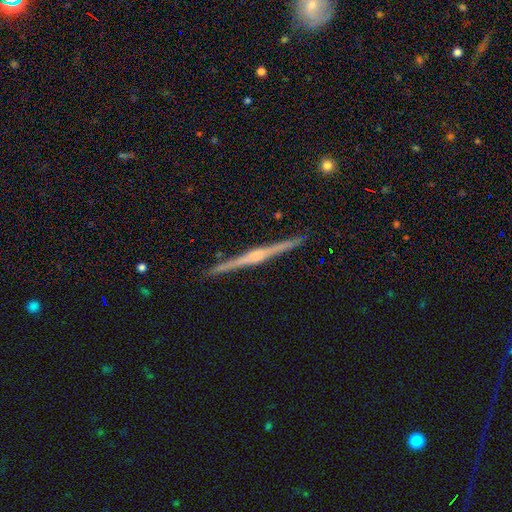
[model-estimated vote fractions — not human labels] Smooth or featured: featured or disk — 84% (smooth — 11%)
Edge-on disk: yes — 99% (no — 1%)
Edge-on bulge: rounded — 63% (boxy — 19%)
Merging: none — 93% (minor disturbance — 5%)